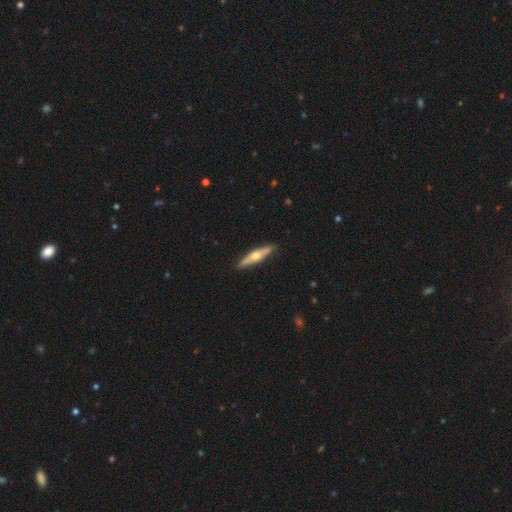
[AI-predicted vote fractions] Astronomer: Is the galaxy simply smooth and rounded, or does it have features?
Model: featured or disk — 53% (runner-up: smooth, 41%).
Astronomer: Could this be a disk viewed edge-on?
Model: yes — 92%.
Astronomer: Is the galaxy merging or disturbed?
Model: none — 89%.